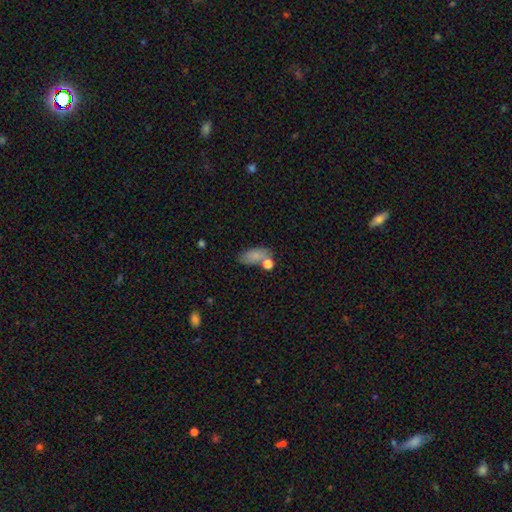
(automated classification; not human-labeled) Overall: smooth (80%). How rounded: in between (88%). Merging: none (57%; minor disturbance 18%).